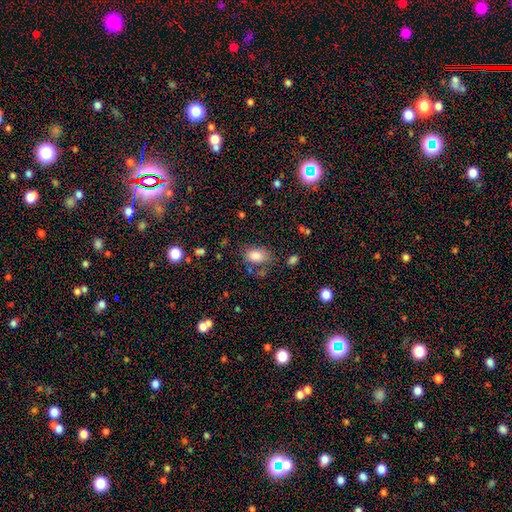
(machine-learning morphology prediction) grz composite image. It shows a smooth galaxy with no disk features (83%) that is in between round and cigar-shaped (84%). Merging: none (69%).